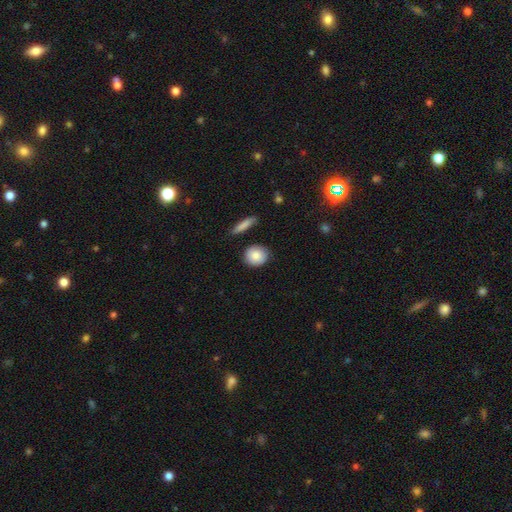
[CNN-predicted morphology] smooth_or_featured: smooth (p=0.85) [alt: featured or disk p=0.08]
how_rounded: round (p=0.77) [alt: in between p=0.21]
merging: none (p=0.85) [alt: minor disturbance p=0.10]